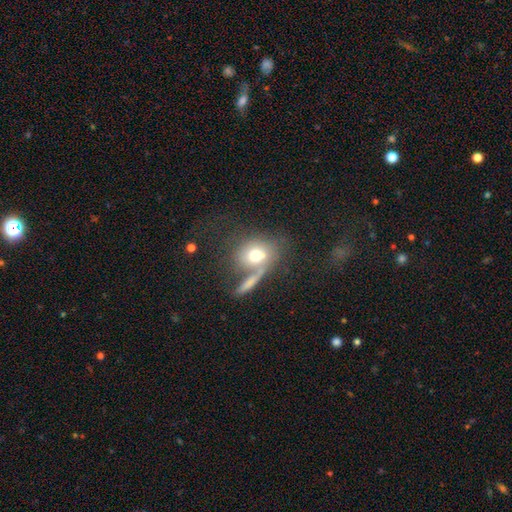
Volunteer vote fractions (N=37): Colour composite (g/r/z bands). It shows a smooth galaxy with no disk features (62%) that is round (57%). Merging: merger (56%).